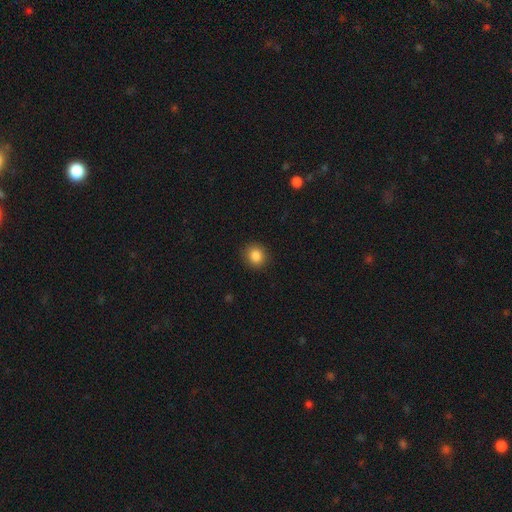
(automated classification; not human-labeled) Q: Smooth or featured?
A: smooth (85%); runner-up: star or artifact (10%)
Q: How rounded?
A: round (81%); runner-up: in between (18%)
Q: Merging?
A: none (90%); runner-up: minor disturbance (7%)